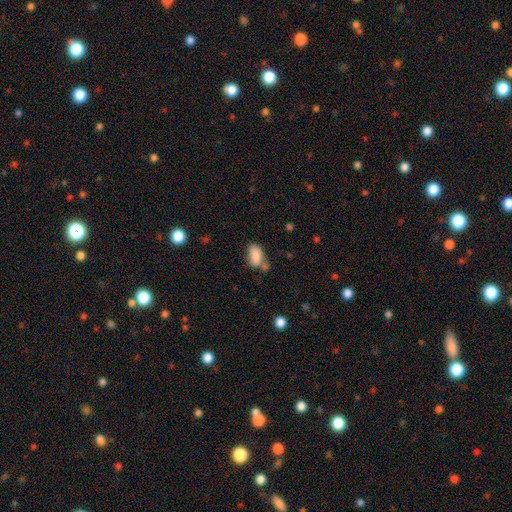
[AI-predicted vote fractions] smooth-or-featured: smooth: 82% | featured or disk: 10% | star or artifact: 9%
  how-rounded: in between: 91% | round: 7% | cigar-shaped: 2%
  merging: none: 44% | minor disturbance: 24% | merger: 23% | major disturbance: 9%